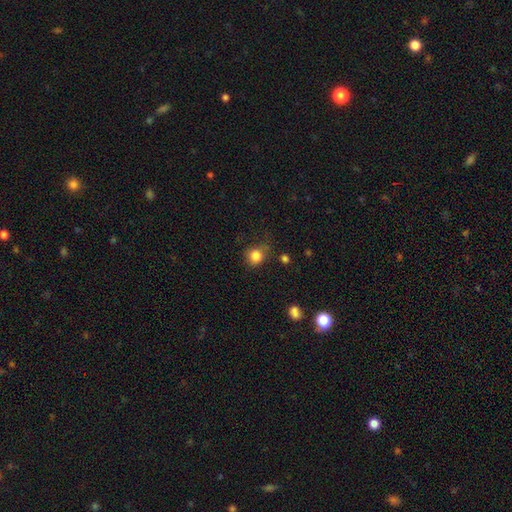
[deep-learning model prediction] Morphology: type=smooth (84%); roundness=round (80%); merging=none (69%).